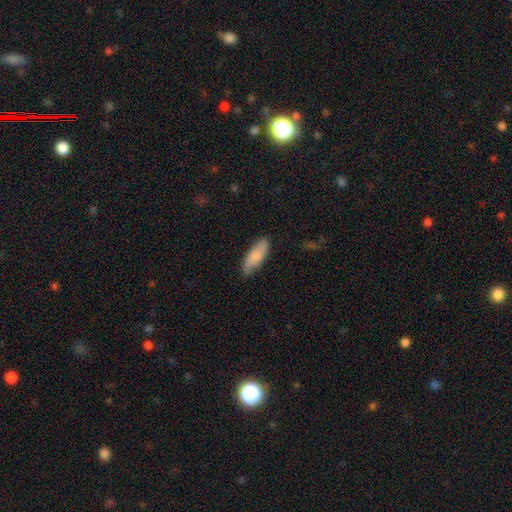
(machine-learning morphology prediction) The model was most divided on "how rounded": in between: 58%, cigar-shaped: 40%, round: 2%. More confident: merging — none (83%); smooth or featured — smooth (81%).